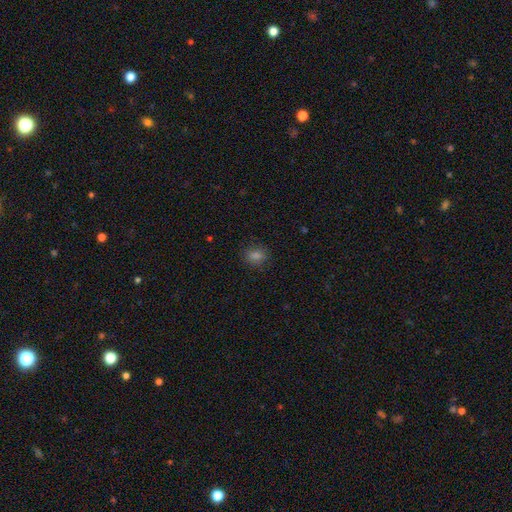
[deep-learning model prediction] A smooth galaxy with no disk features (76%) that is round (58%). Merging: none (87%).